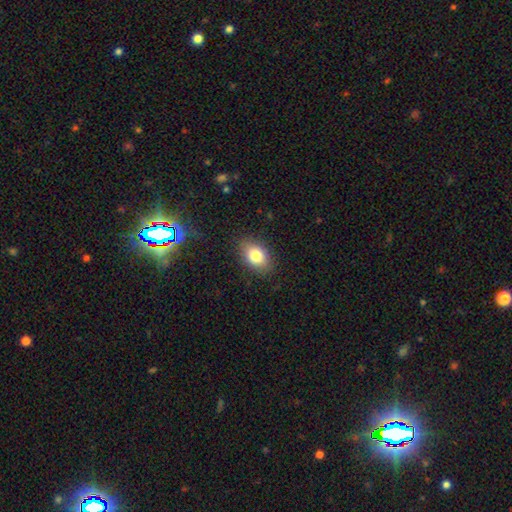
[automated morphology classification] smooth-or-featured: smooth: 80% | featured or disk: 11% | star or artifact: 9%
  how-rounded: in between: 83% | round: 16% | cigar-shaped: 1%
  merging: none: 84% | minor disturbance: 12% | major disturbance: 3% | merger: 1%